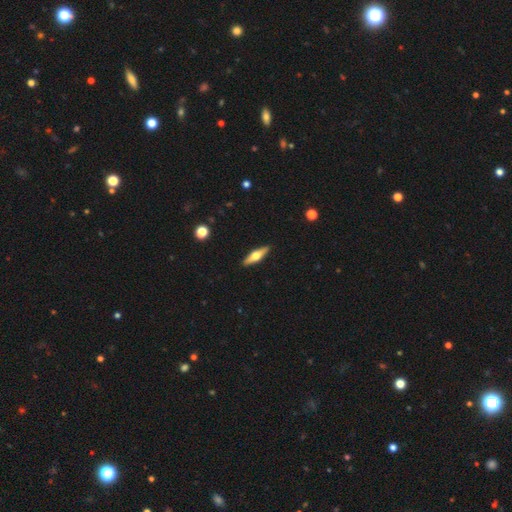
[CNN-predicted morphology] smooth_or_featured: featured or disk (p=0.57) [alt: smooth p=0.37]
disk_edge_on: yes (p=0.94) [alt: no p=0.06]
edge_on_bulge: rounded (p=0.95) [alt: boxy p=0.03]
merging: none (p=0.91) [alt: minor disturbance p=0.07]